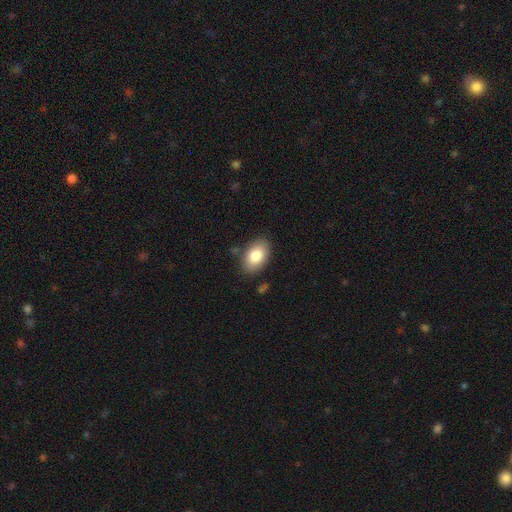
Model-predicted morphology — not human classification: A smooth galaxy with no disk features (82%) that is in between round and cigar-shaped (91%).

Vote fractions:
- Smooth or featured? smooth: 82% / featured or disk: 11% / star or artifact: 7%
- How rounded? in between: 91% / round: 8% / cigar-shaped: 1%
- Merging? none: 82% / minor disturbance: 12% / major disturbance: 3% / merger: 2%